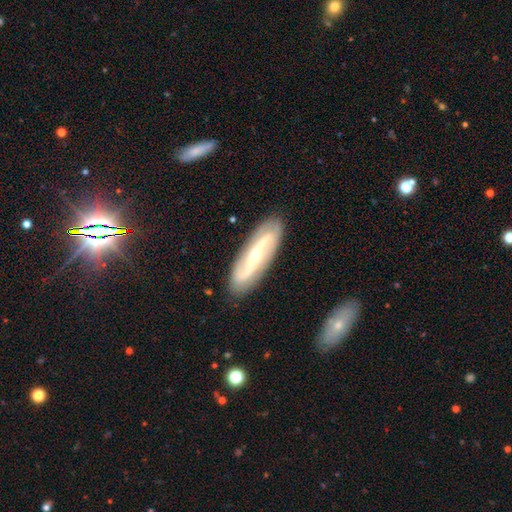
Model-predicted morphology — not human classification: A featured or disk galaxy (82%) with a strong bar (36%), 2 (91%) loose (53%) spiral arms (93%) and a small central bulge (62%).

Vote fractions:
- Smooth or featured? featured or disk: 82% / smooth: 12% / star or artifact: 5%
- Edge-on disk? no: 86% / yes: 14%
- Bar? strong: 36% / weak: 33% / no: 31%
- Spiral arms? yes: 93% / no: 7%
- Spiral winding? loose: 53% / medium: 30% / tight: 16%
- Spiral arm count? 2: 91% / can't tell: 5% / 1: 1% / 3: 1% / 4: 1% / more than 4: 1%
- Bulge size? small: 62% / moderate: 34% / large: 2% / none: 2% / dominant: 1%
- Merging? none: 88% / minor disturbance: 9% / major disturbance: 2% / merger: 1%